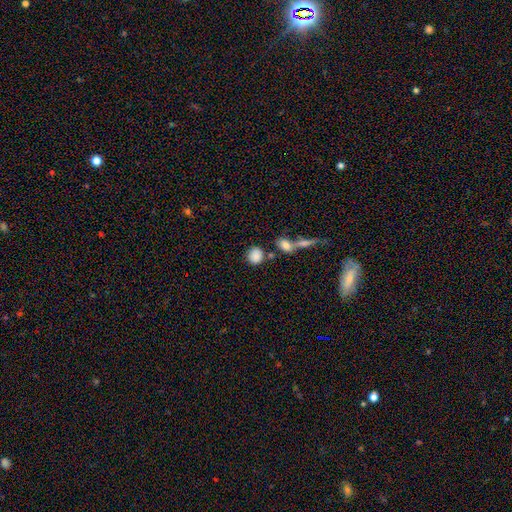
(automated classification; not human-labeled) smooth 86%, star or artifact 8%, featured or disk 6%. Down the decision tree: how rounded — round (78%); merging — none (68%).